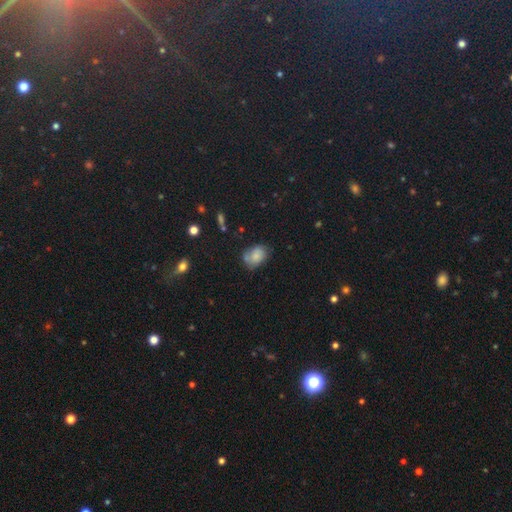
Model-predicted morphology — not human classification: smooth-or-featured: smooth: 72% | featured or disk: 18% | star or artifact: 10%
  how-rounded: in between: 74% | round: 25% | cigar-shaped: 1%
  merging: none: 54% | minor disturbance: 28% | merger: 10% | major disturbance: 9%